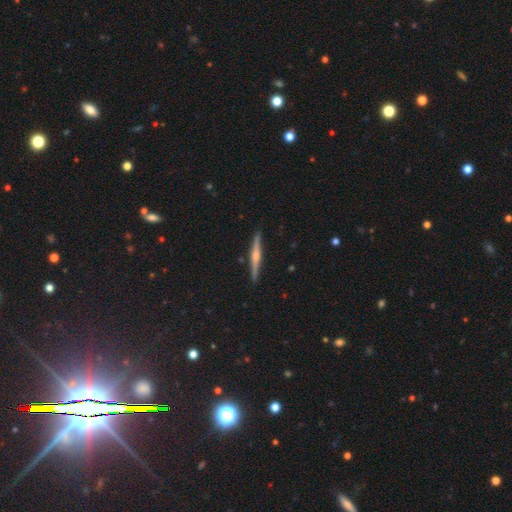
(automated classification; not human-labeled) Smooth or featured? Predicted: featured or disk (p=0.73). Edge-on disk? Predicted: yes (p=0.98). Edge-on bulge? Predicted: rounded (p=0.84). Merging? Predicted: none (p=0.91).